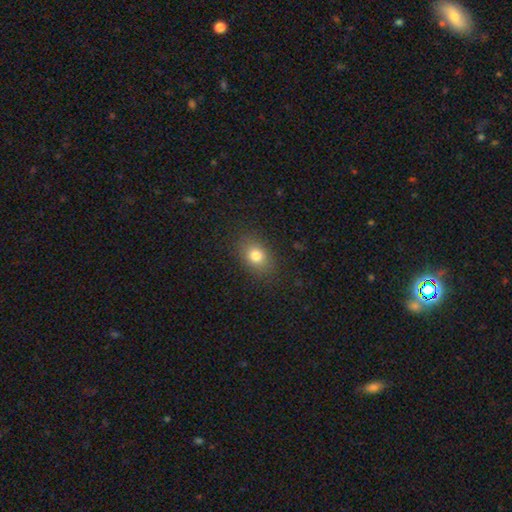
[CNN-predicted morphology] Q: Smooth or featured?
A: smooth (79%); runner-up: star or artifact (12%)
Q: How rounded?
A: in between (65%); runner-up: round (33%)
Q: Merging?
A: none (85%); runner-up: minor disturbance (10%)